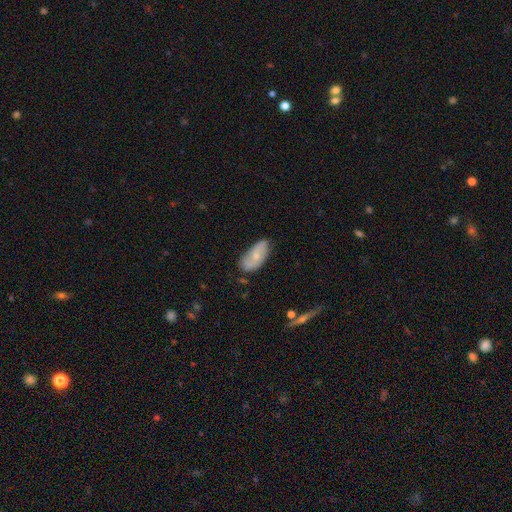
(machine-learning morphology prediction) smooth 50%, featured or disk 43%, star or artifact 7%. Down the decision tree: how rounded — in between (91%); merging — none (58%).